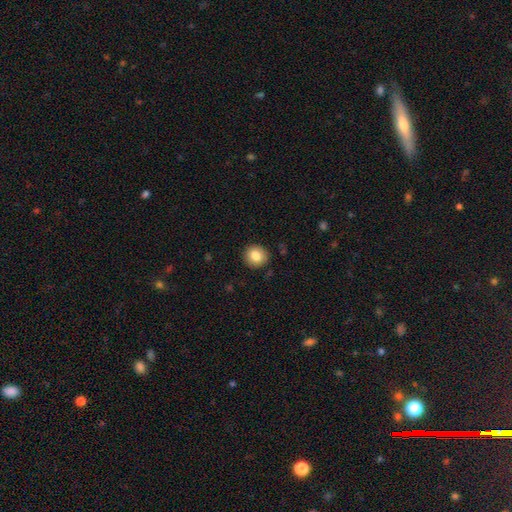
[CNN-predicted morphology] Smooth or featured? smooth (83%)
How rounded? round (87%)
Merging? none (90%)